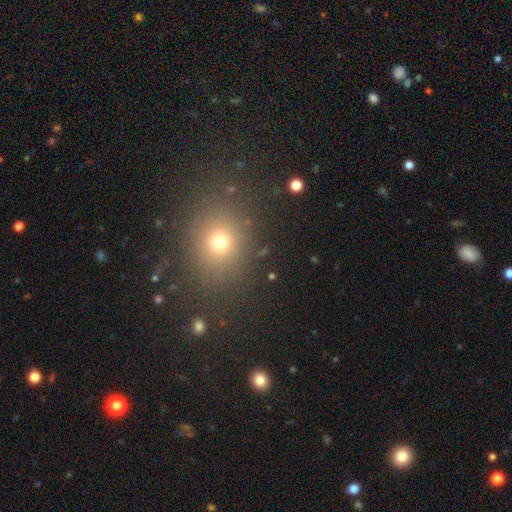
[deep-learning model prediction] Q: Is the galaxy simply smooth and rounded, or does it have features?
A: smooth — 62%.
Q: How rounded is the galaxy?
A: round — 62%.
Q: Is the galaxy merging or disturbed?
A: none — 88%.